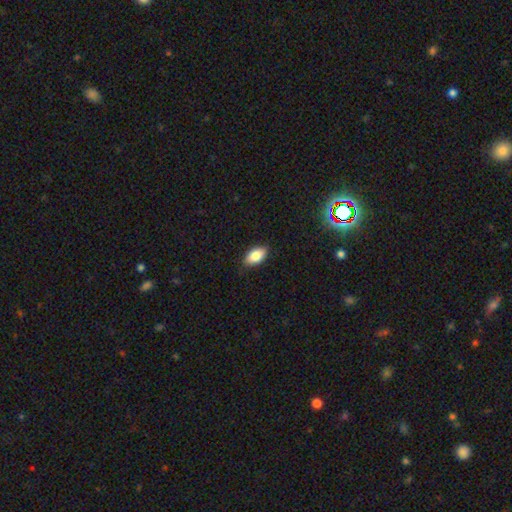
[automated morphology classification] The model was most divided on "merging": none: 85%, minor disturbance: 12%, major disturbance: 2%, merger: 1%. More confident: how rounded — in between (93%); smooth or featured — smooth (84%).